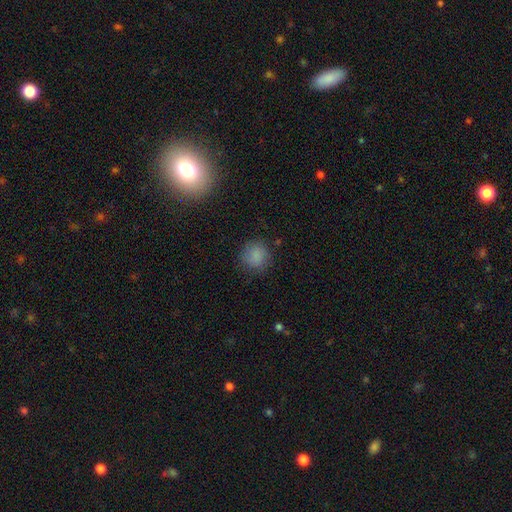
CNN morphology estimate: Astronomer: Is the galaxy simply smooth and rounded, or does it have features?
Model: smooth — 84%.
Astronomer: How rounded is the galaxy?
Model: round — 88%.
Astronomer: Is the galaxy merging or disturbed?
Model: none — 81%.